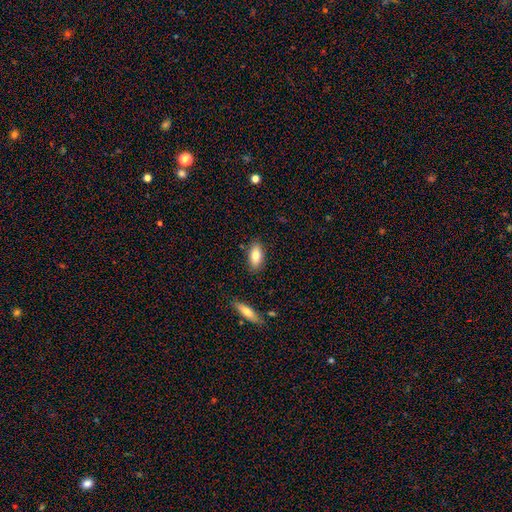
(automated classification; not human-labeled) Q: Smooth or featured?
A: smooth (80%); runner-up: featured or disk (13%)
Q: How rounded?
A: in between (87%); runner-up: cigar-shaped (10%)
Q: Merging?
A: none (85%); runner-up: minor disturbance (10%)